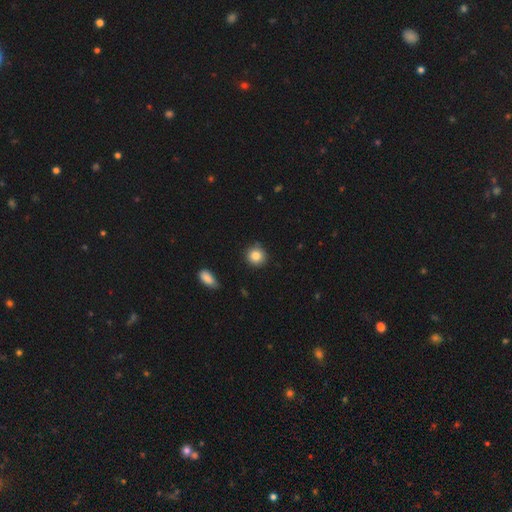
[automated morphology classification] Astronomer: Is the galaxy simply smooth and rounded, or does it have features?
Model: smooth — 85%.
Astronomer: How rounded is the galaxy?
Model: round — 90%.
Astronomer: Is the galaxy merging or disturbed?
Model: none — 86%.